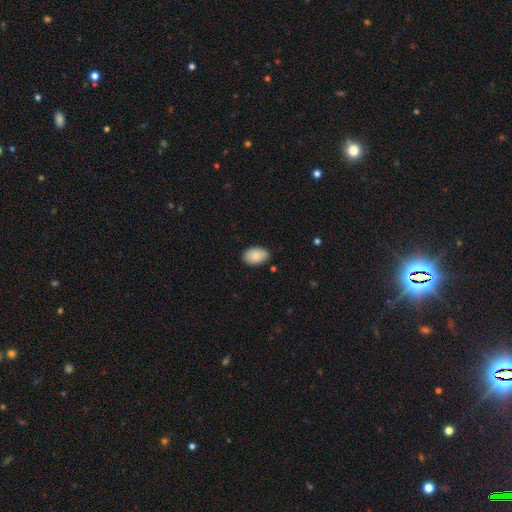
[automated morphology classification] This is clearly a smooth galaxy (86%). How rounded: clearly in between (91%). Merging: clearly none (84%).